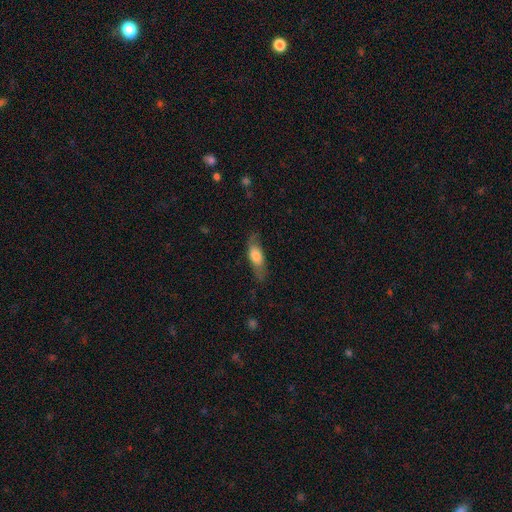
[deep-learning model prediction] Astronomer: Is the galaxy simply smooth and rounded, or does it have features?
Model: smooth — 66%.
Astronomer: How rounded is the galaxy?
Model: in between — 63%.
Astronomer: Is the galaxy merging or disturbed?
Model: none — 67%.